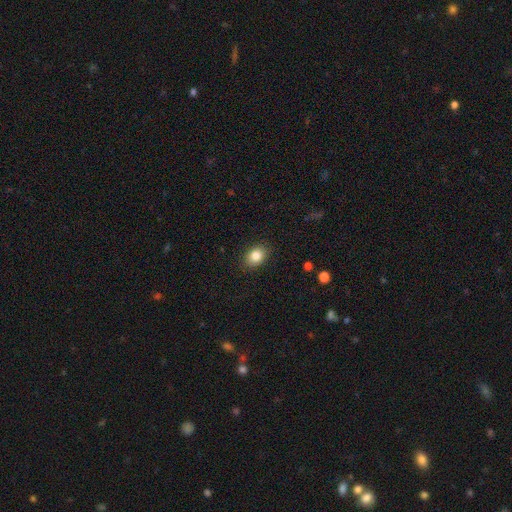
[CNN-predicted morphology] A smooth galaxy with no disk features (84%) that is in between round and cigar-shaped (67%).

Vote fractions:
- Smooth or featured? smooth: 84% / star or artifact: 9% / featured or disk: 7%
- How rounded? in between: 67% / round: 32% / cigar-shaped: 1%
- Merging? none: 87% / minor disturbance: 9% / major disturbance: 2% / merger: 1%